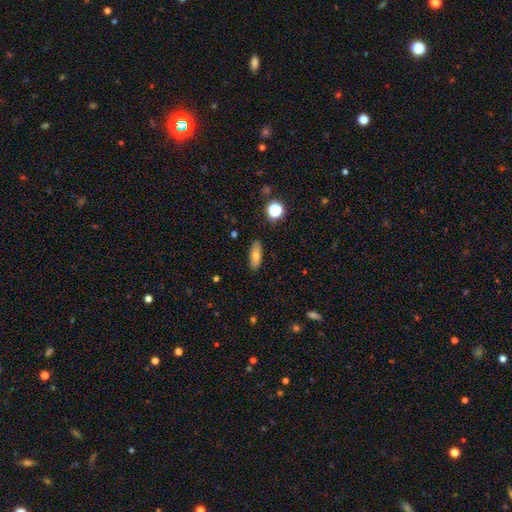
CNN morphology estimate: Smooth or featured? Predicted: smooth (p=0.72). How rounded? Predicted: in between (p=0.69). Merging? Predicted: none (p=0.88).